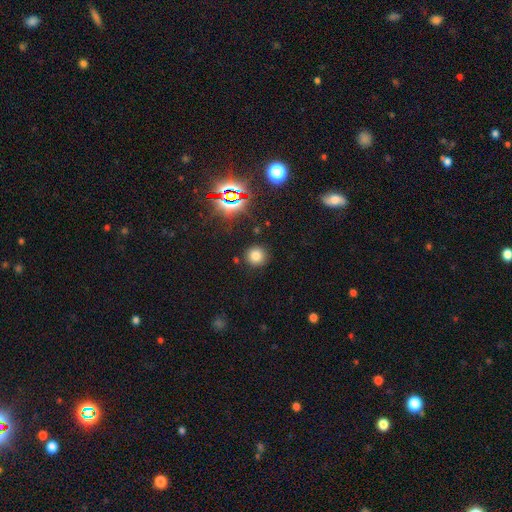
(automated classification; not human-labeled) Overall: smooth (73%). How rounded: round (94%). Merging: none (88%).